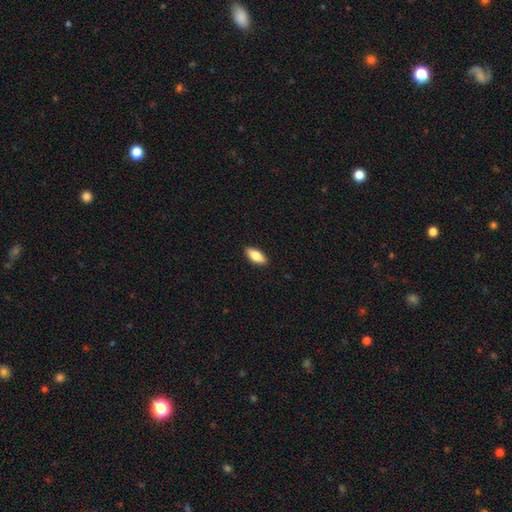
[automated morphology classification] Smooth or featured? smooth (74%)
How rounded? in between (80%)
Merging? none (89%)